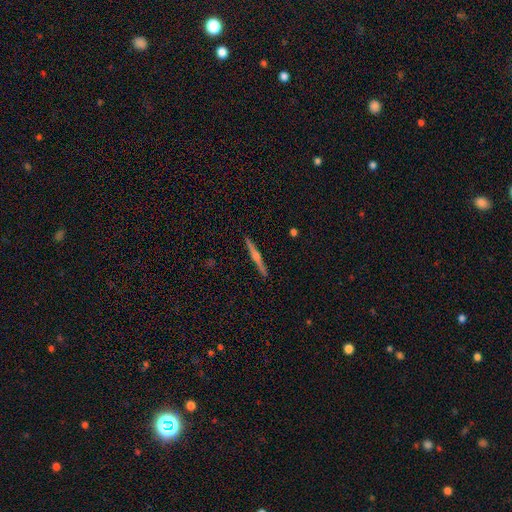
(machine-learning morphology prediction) smooth_or_featured: featured or disk (p=0.62) [alt: smooth p=0.25]
disk_edge_on: yes (p=0.94) [alt: no p=0.06]
edge_on_bulge: rounded (p=0.68) [alt: none p=0.23]
merging: none (p=0.89) [alt: minor disturbance p=0.07]